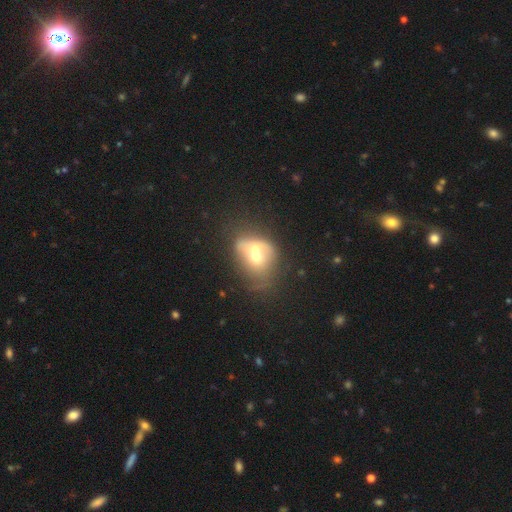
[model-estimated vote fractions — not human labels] Smooth or featured?
  - smooth: 50% *
  - featured or disk: 38%
  - star or artifact: 12%
How rounded?
  - in between: 51% *
  - round: 48%
  - cigar-shaped: 2%
Merging?
  - merger: 59% *
  - none: 18%
  - major disturbance: 12%
  - minor disturbance: 12%